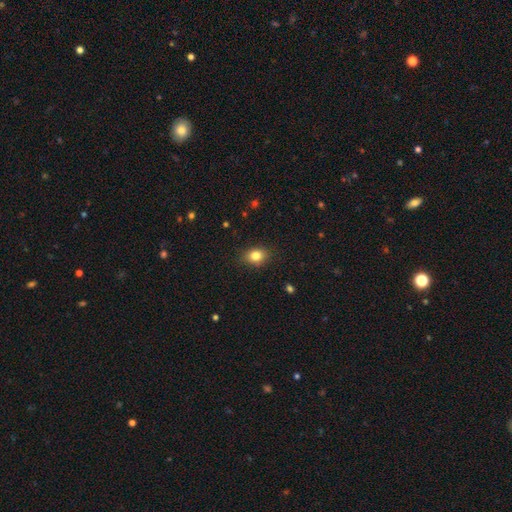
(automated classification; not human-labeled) This is clearly a smooth galaxy (83%). How rounded: likely in between (60%). Merging: clearly none (87%).